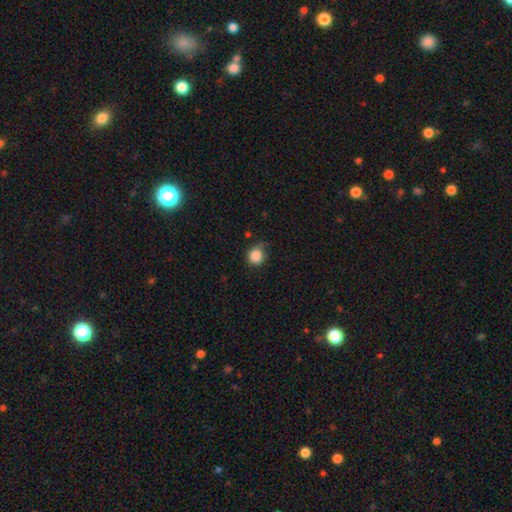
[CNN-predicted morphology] Smooth or featured? smooth (86%)
How rounded? round (89%)
Merging? none (68%)